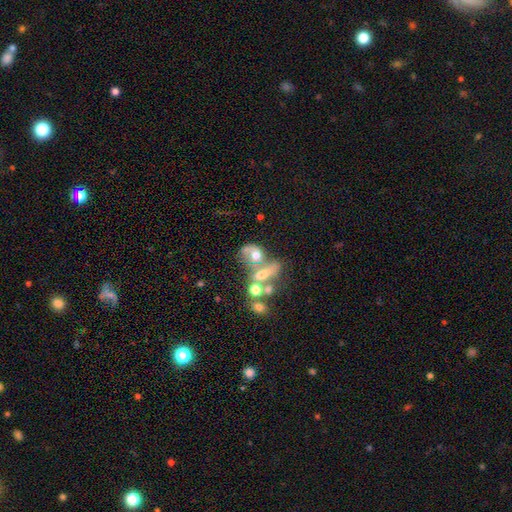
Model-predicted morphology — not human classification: type=featured or disk (46%); merging=merger (58%).